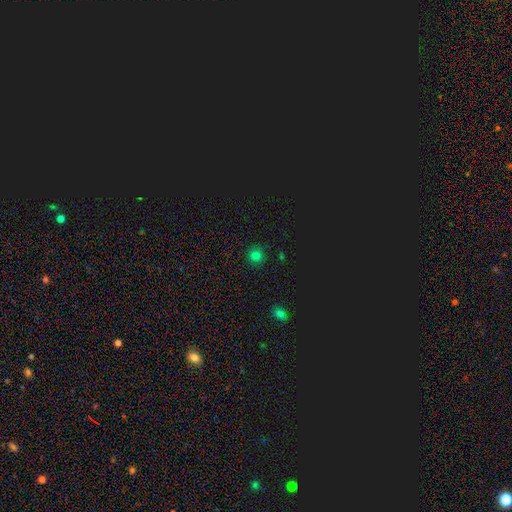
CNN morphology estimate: Smooth or featured?
  - smooth: 73% *
  - star or artifact: 22%
  - featured or disk: 5%
How rounded?
  - round: 92% *
  - in between: 7%
  - cigar-shaped: 1%
Merging?
  - none: 89% *
  - minor disturbance: 7%
  - major disturbance: 2%
  - merger: 1%